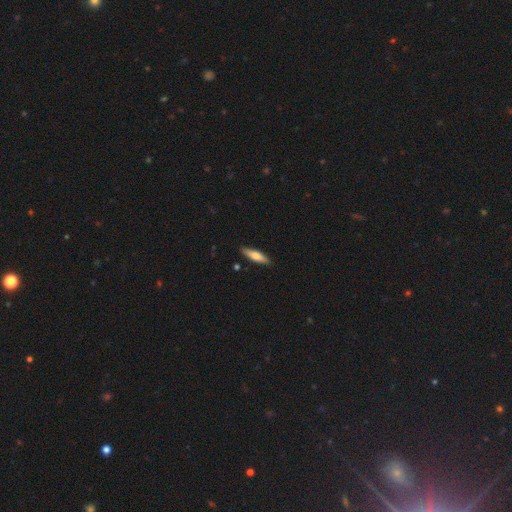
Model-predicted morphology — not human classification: smooth_or_featured: smooth (p=0.63) [alt: featured or disk p=0.31]
how_rounded: cigar-shaped (p=0.70) [alt: in between p=0.28]
merging: none (p=0.88) [alt: minor disturbance p=0.09]